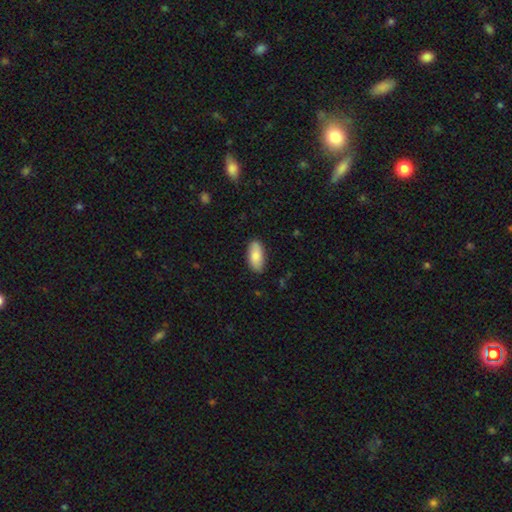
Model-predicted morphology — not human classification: Overall: smooth (82%). How rounded: in between (89%). Merging: none (86%).